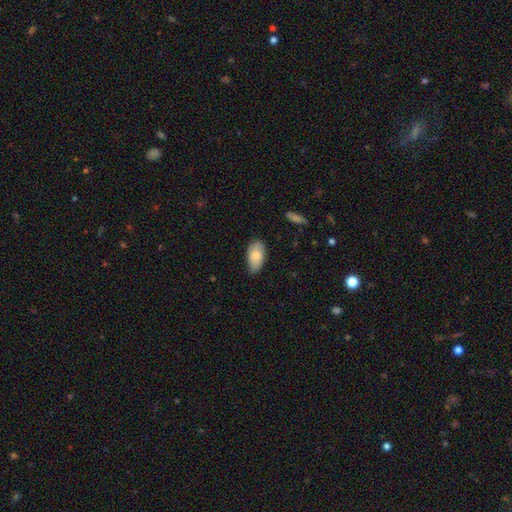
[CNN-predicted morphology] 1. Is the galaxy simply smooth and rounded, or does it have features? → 81% smooth, 13% featured or disk, 6% star or artifact.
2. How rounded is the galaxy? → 94% in between, 3% round, 3% cigar-shaped.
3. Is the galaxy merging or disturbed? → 73% none, 22% minor disturbance, 3% major disturbance, 1% merger.